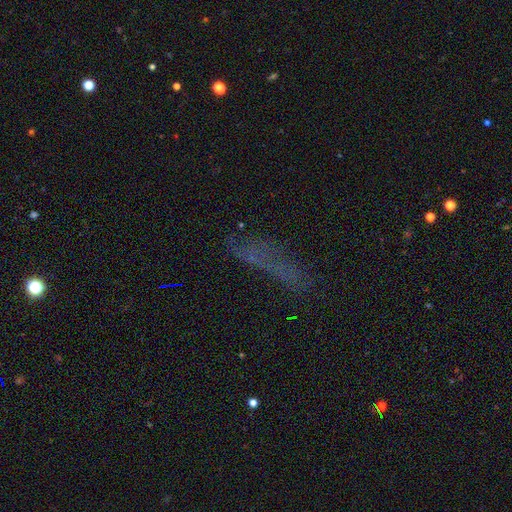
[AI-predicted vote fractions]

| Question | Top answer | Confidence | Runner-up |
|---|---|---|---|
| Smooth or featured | smooth | 44% | star or artifact (33%) |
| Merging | none | 59% | minor disturbance (20%) |